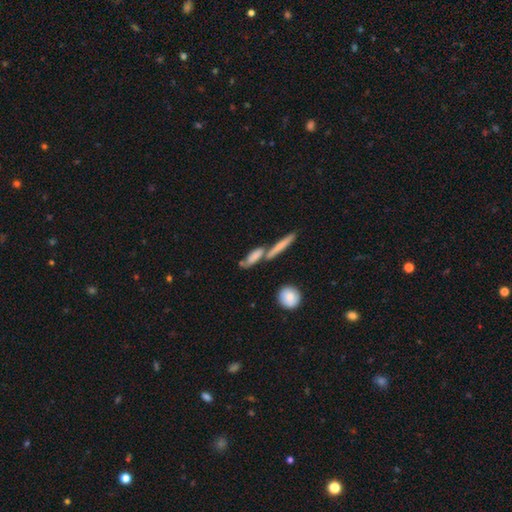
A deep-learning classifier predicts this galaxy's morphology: Q: Smooth or featured?
A: smooth (49%); runner-up: featured or disk (40%)
Q: Merging?
A: none (57%); runner-up: merger (26%)